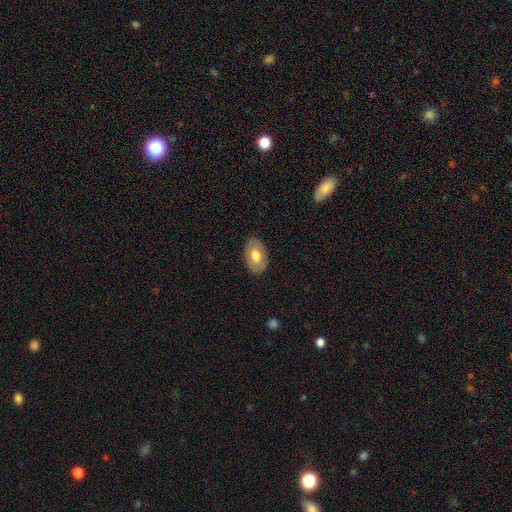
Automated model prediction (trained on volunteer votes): This is likely a smooth galaxy (69%). How rounded: clearly in between (90%). Merging: clearly none (85%).